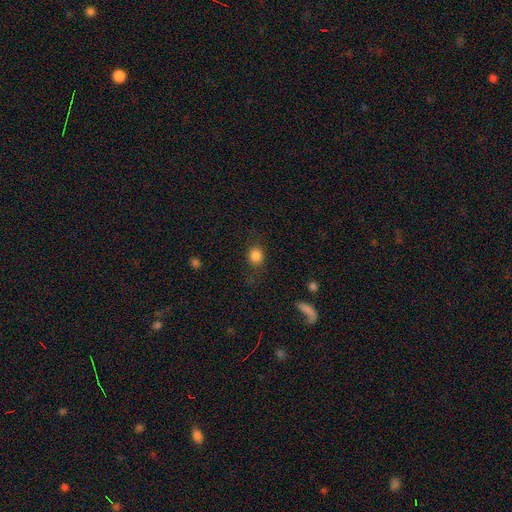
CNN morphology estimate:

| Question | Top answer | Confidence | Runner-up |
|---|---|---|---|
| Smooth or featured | smooth | 85% | star or artifact (10%) |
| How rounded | round | 78% | in between (21%) |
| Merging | none | 80% | minor disturbance (13%) |